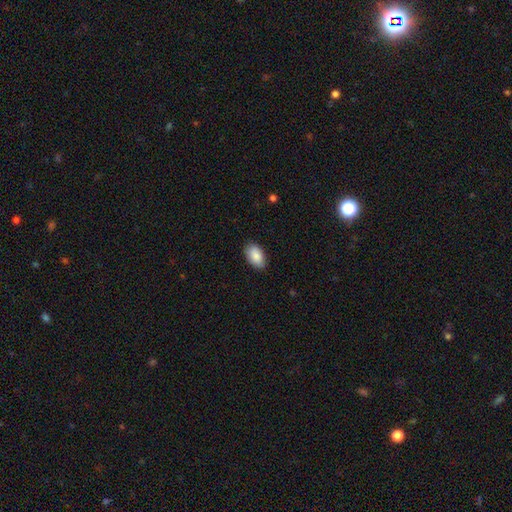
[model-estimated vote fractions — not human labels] Smooth or featured? smooth (88%)
How rounded? in between (94%)
Merging? none (86%)